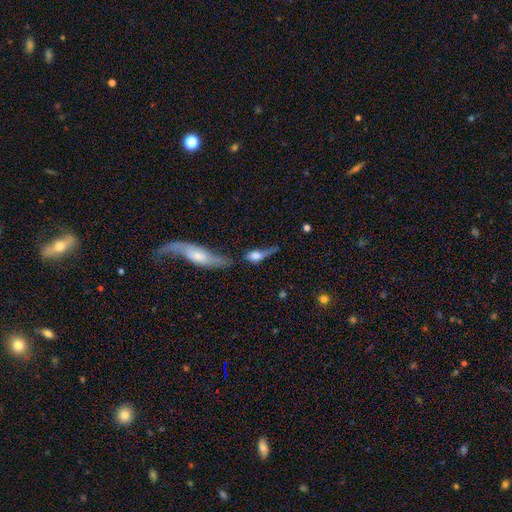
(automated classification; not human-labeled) A smooth galaxy with no disk features (50%). Merging: major disturbance (30%).